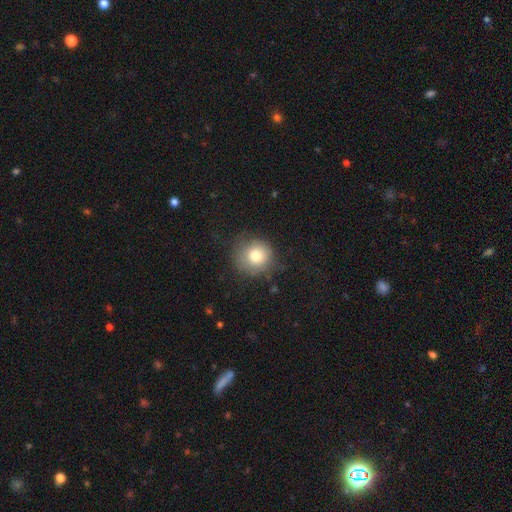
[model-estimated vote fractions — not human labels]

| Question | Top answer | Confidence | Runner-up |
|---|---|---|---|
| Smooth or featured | smooth | 77% | featured or disk (12%) |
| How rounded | round | 91% | in between (8%) |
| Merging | none | 75% | minor disturbance (17%) |